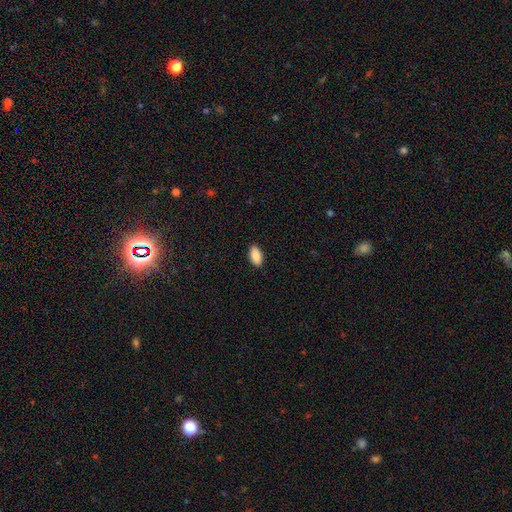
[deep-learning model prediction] Smooth or featured? smooth (90%)
How rounded? in between (92%)
Merging? none (90%)